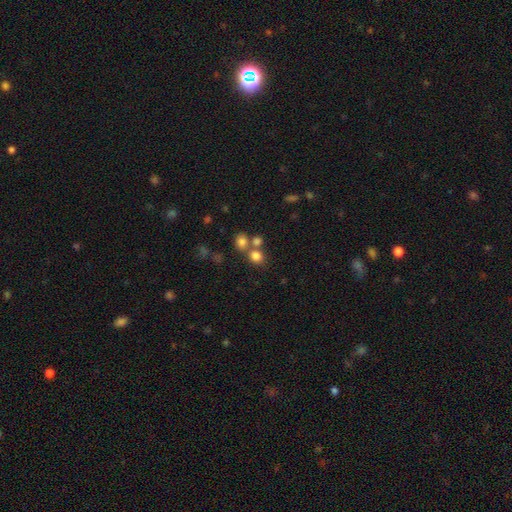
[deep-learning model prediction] Morphology: type=smooth (77%); roundness=round (72%); merging=none (52%).